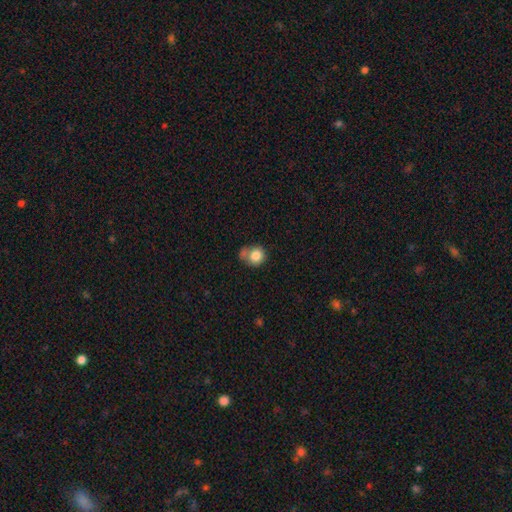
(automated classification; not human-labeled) Smooth or featured? smooth (82%)
How rounded? round (79%)
Merging? none (44%)